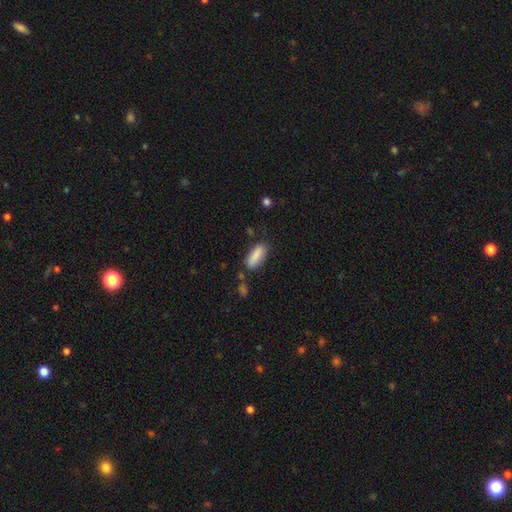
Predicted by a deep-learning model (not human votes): Smooth or featured: smooth — 86% (featured or disk — 7%)
How rounded: in between — 64% (cigar-shaped — 34%)
Merging: none — 74% (minor disturbance — 16%)